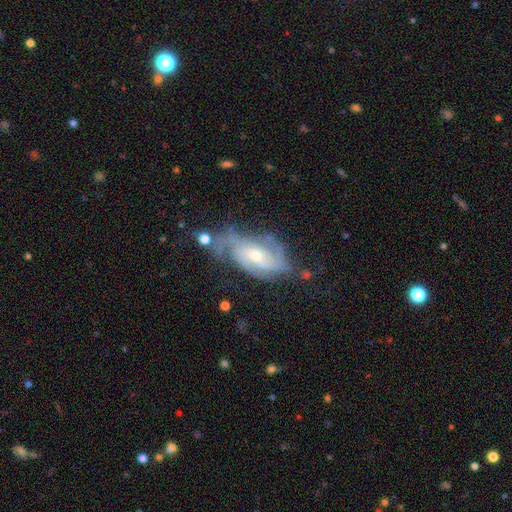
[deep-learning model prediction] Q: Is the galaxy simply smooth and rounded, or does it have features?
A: featured or disk — 83%.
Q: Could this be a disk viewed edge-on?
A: no — 95%.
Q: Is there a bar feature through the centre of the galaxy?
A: no — 51%.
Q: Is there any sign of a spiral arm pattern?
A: yes — 94%.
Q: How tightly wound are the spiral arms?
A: tight — 49%.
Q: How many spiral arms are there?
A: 2 — 34%.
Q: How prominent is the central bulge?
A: moderate — 49%.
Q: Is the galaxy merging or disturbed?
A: none — 51%.